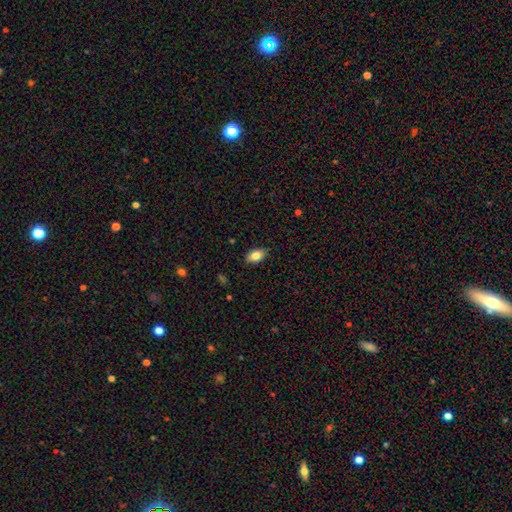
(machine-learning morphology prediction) smooth 84%, featured or disk 8%, star or artifact 8%. Down the decision tree: how rounded — in between (90%); merging — none (87%).